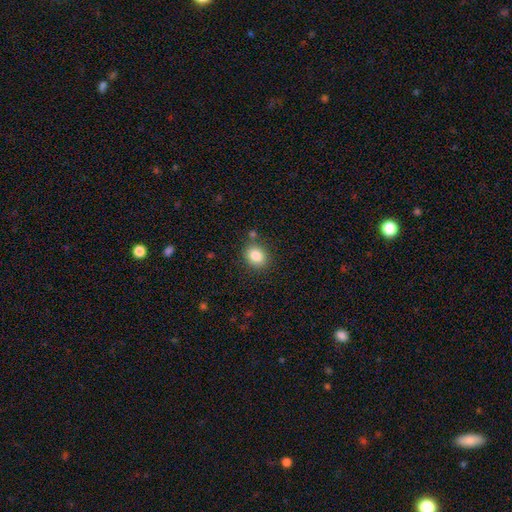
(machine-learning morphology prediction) type=smooth (85%); roundness=round (60%); merging=none (82%).